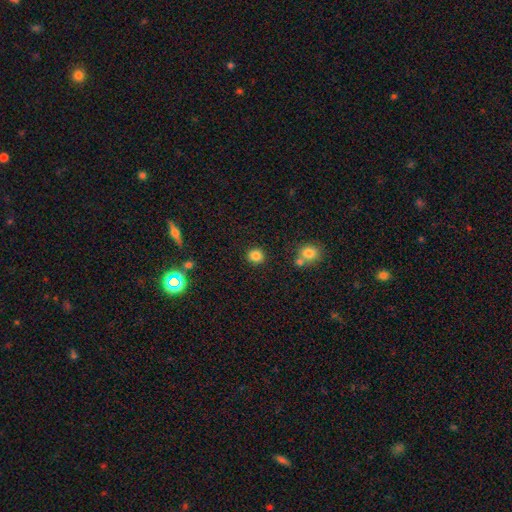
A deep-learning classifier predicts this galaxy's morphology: This is clearly a smooth galaxy (84%). How rounded: clearly round (85%). Merging: clearly none (87%).